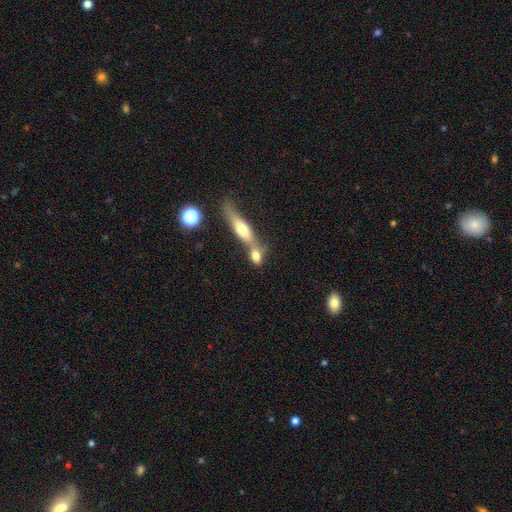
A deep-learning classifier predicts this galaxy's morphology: smooth_or_featured: smooth (p=0.71) [alt: featured or disk p=0.20]
how_rounded: in between (p=0.61) [alt: cigar-shaped p=0.20]
merging: merger (p=0.54) [alt: none p=0.33]